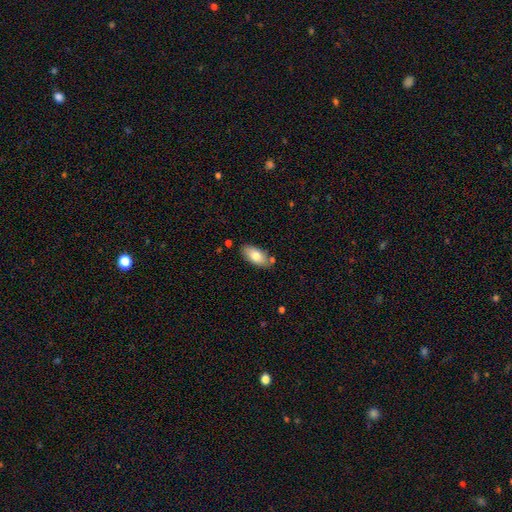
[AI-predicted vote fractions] A smooth galaxy with no disk features (78%) that is in between round and cigar-shaped (92%).

Vote fractions:
- Smooth or featured? smooth: 78% / featured or disk: 16% / star or artifact: 6%
- How rounded? in between: 92% / cigar-shaped: 5% / round: 3%
- Merging? none: 77% / minor disturbance: 14% / merger: 6% / major disturbance: 3%